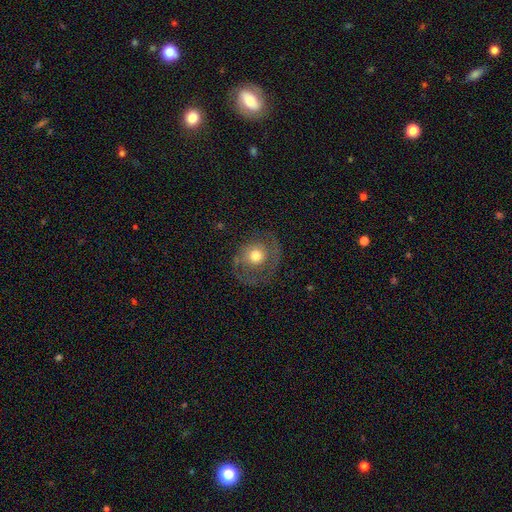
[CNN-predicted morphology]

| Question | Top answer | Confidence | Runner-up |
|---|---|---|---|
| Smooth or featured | featured or disk | 48% | smooth (43%) |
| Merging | none | 67% | minor disturbance (16%) |